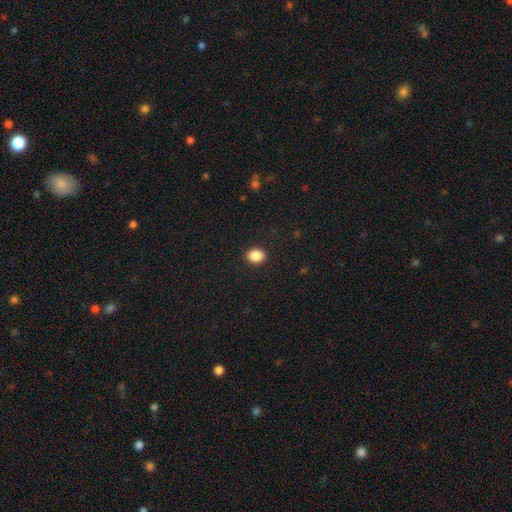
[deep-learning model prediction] A smooth galaxy with no disk features (88%) that is in between round and cigar-shaped (51%). Merging: none (91%).